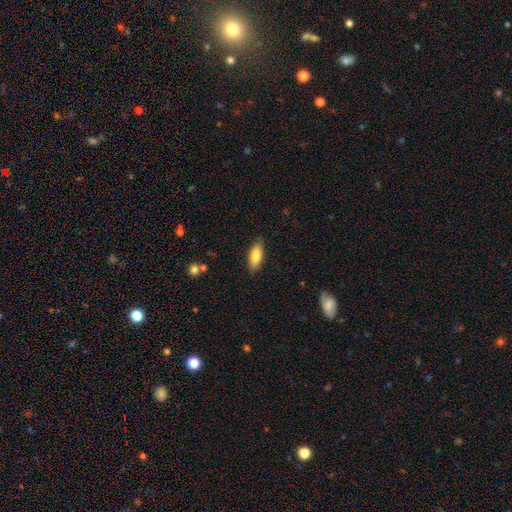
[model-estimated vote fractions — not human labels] smooth 81%, featured or disk 12%, star or artifact 6%. Down the decision tree: how rounded — in between (74%); merging — none (86%).